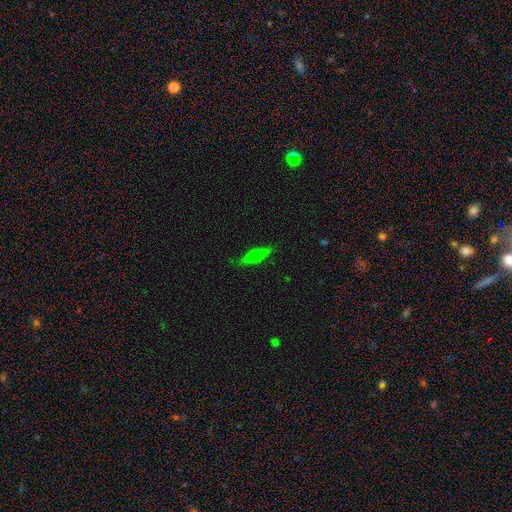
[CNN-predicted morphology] smooth_or_featured: featured or disk (p=0.47) [alt: smooth p=0.45]
merging: none (p=0.84) [alt: minor disturbance p=0.12]